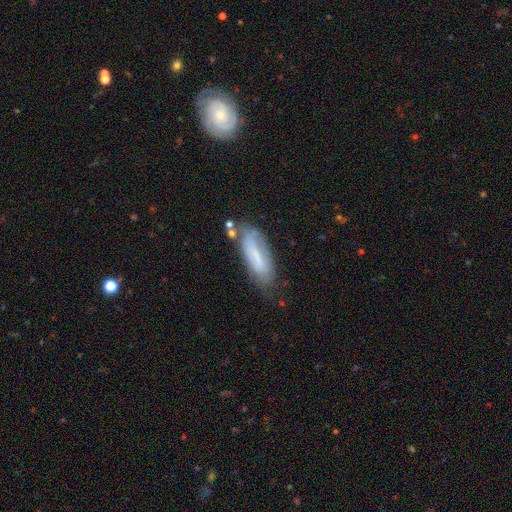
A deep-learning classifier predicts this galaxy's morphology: A smooth galaxy with no disk features (61%) that is in between round and cigar-shaped (58%).

Vote fractions:
- Smooth or featured? smooth: 61% / featured or disk: 31% / star or artifact: 8%
- How rounded? in between: 58% / cigar-shaped: 40% / round: 2%
- Merging? none: 56% / minor disturbance: 28% / major disturbance: 10% / merger: 6%